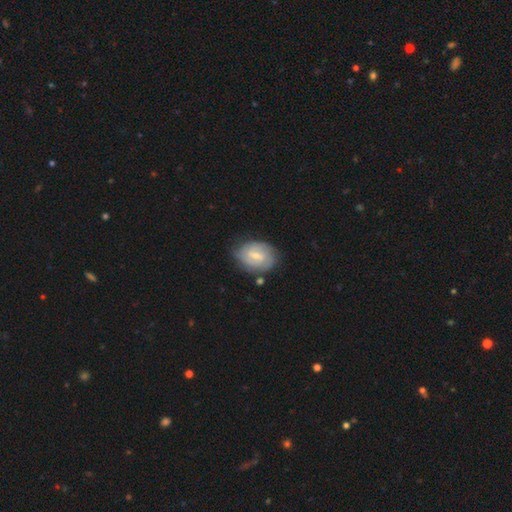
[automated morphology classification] featured or disk 67%, smooth 27%, star or artifact 6%. Down the decision tree: edge-on disk — no (97%); bar — weak (62%); spiral arms — yes (86%); spiral arm count — 2 (58%); spiral winding — tight (53%); bulge size — small (55%); merging — none (73%).